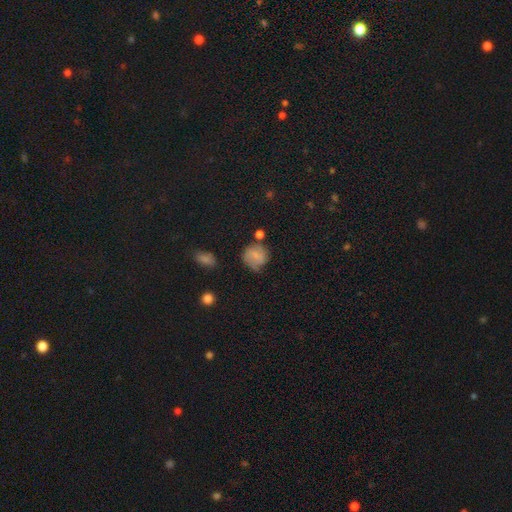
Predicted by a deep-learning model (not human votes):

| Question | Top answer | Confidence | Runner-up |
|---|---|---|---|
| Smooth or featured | smooth | 61% | featured or disk (29%) |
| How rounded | round | 80% | in between (19%) |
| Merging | none | 55% | minor disturbance (28%) |